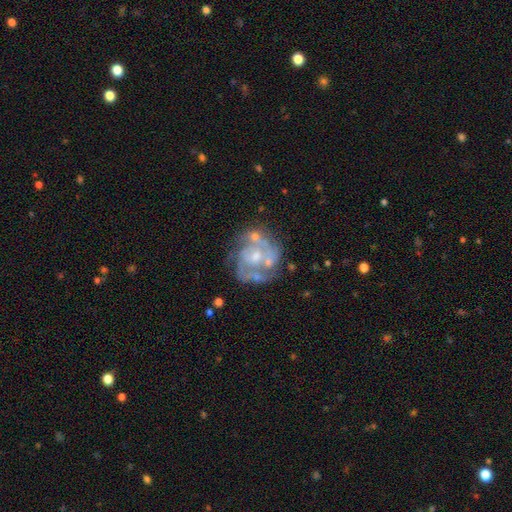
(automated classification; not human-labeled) A featured or disk galaxy (83%) with no bar (69%), 2 (44%) tight (49%) spiral arms (81%) and a small central bulge (48%). Merging: none (58%).